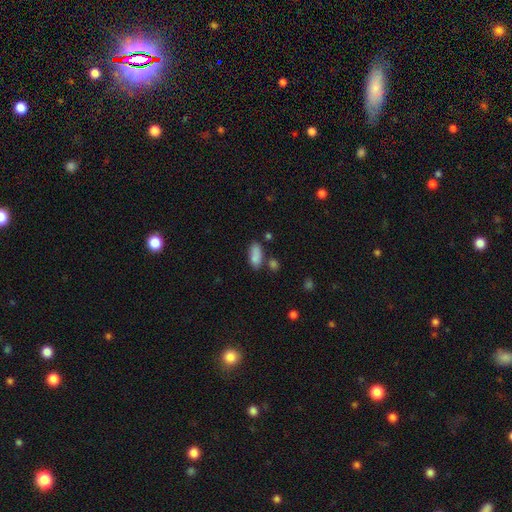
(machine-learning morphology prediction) Q: Smooth or featured?
A: smooth (84%); runner-up: star or artifact (8%)
Q: How rounded?
A: in between (83%); runner-up: cigar-shaped (14%)
Q: Merging?
A: none (63%); runner-up: minor disturbance (19%)